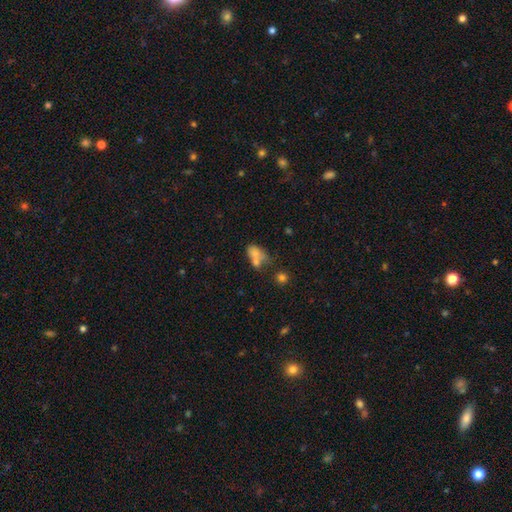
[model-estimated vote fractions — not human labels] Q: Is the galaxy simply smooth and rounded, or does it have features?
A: smooth — 69%.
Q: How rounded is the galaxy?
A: in between — 79%.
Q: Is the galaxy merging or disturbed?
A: merger — 52%.